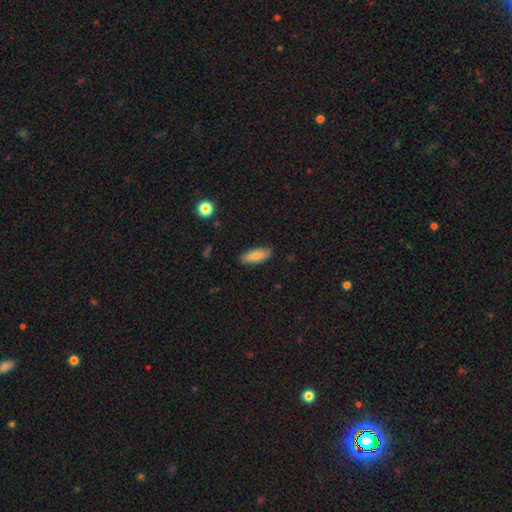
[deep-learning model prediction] The model was most divided on "how rounded": in between: 71%, cigar-shaped: 27%, round: 2%. More confident: merging — none (84%); smooth or featured — smooth (82%).